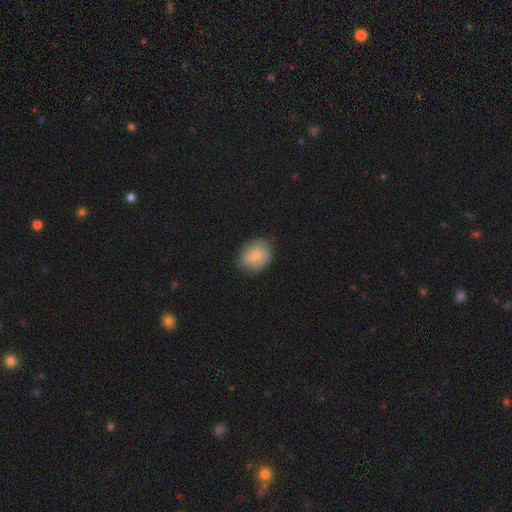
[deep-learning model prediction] A smooth galaxy with no disk features (74%) that is round (56%).

Vote fractions:
- Smooth or featured? smooth: 74% / featured or disk: 19% / star or artifact: 7%
- How rounded? round: 56% / in between: 43% / cigar-shaped: 1%
- Merging? none: 78% / minor disturbance: 18% / major disturbance: 4% / merger: 1%